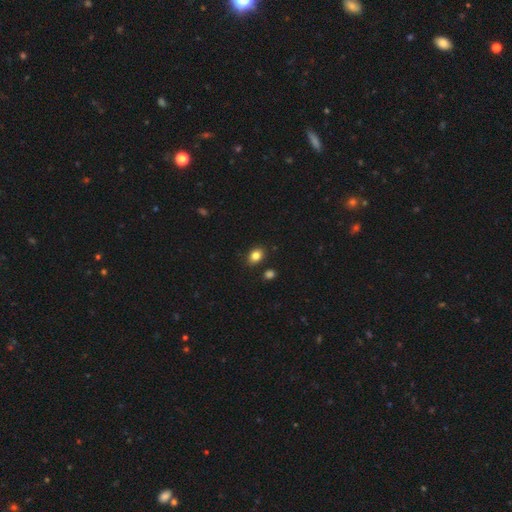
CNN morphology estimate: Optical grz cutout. It shows a smooth galaxy with no disk features (84%) that is in between round and cigar-shaped (64%). Merging: none (85%).